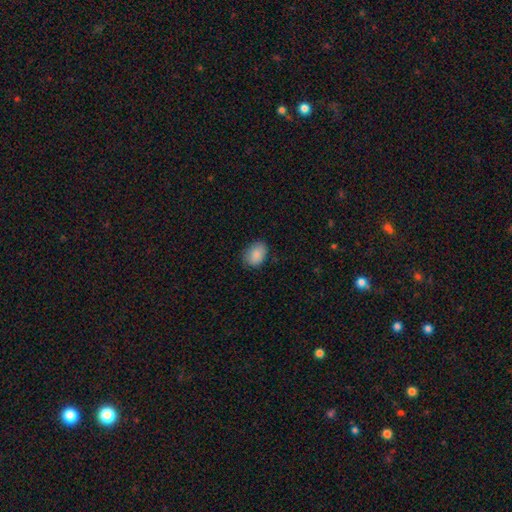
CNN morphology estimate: Q: Smooth or featured?
A: smooth (87%); runner-up: star or artifact (7%)
Q: How rounded?
A: in between (75%); runner-up: round (24%)
Q: Merging?
A: none (80%); runner-up: minor disturbance (16%)